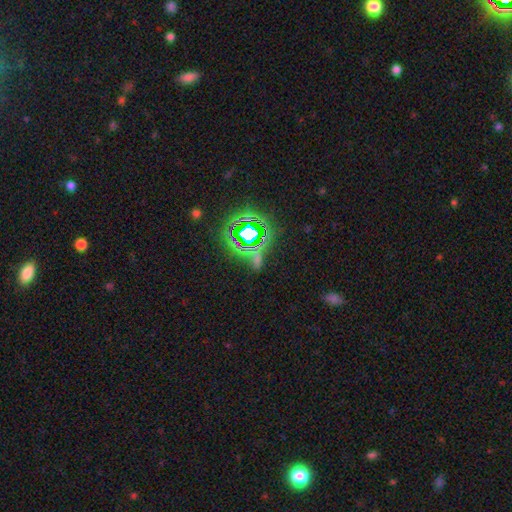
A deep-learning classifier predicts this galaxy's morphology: The model was most divided on "smooth or featured": star or artifact: 65%, smooth: 23%, featured or disk: 11%.